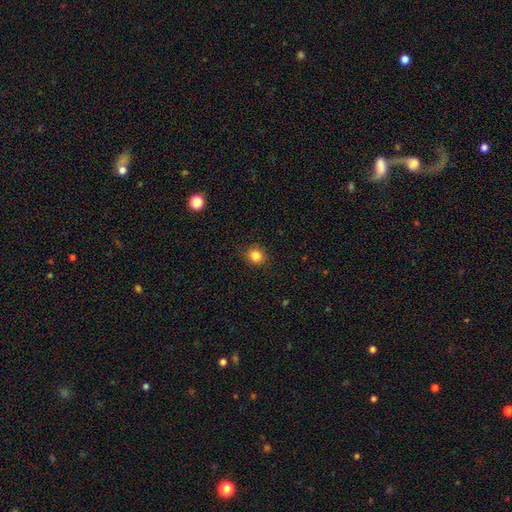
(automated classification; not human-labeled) smooth-or-featured: smooth: 84% | star or artifact: 11% | featured or disk: 5%
  how-rounded: round: 77% | in between: 22% | cigar-shaped: 1%
  merging: none: 87% | minor disturbance: 9% | major disturbance: 2% | merger: 1%